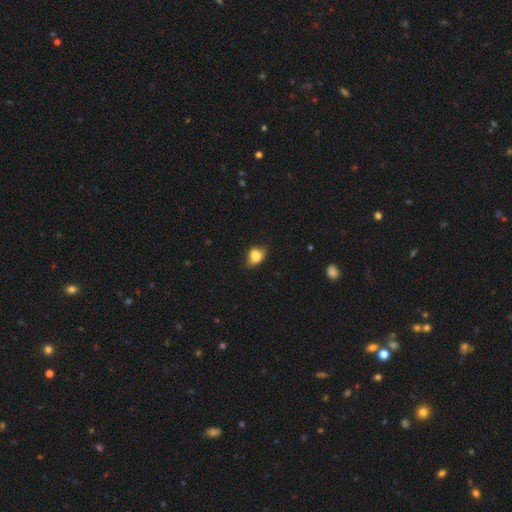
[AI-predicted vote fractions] smooth_or_featured: smooth (p=0.75) [alt: featured or disk p=0.15]
how_rounded: in between (p=0.69) [alt: round p=0.29]
merging: none (p=0.50) [alt: minor disturbance p=0.33]